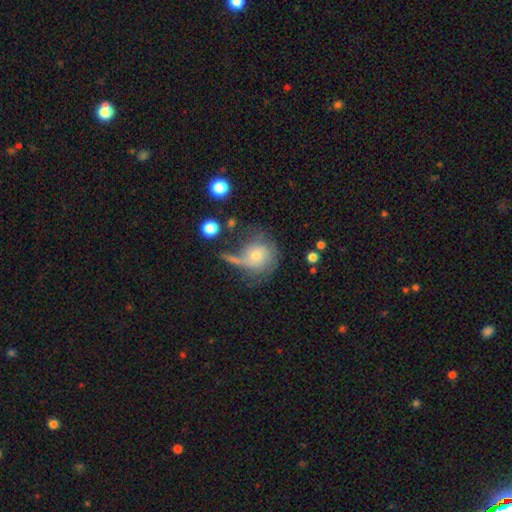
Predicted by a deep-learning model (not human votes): A smooth galaxy with no disk features (46%). Merging: none (35%).